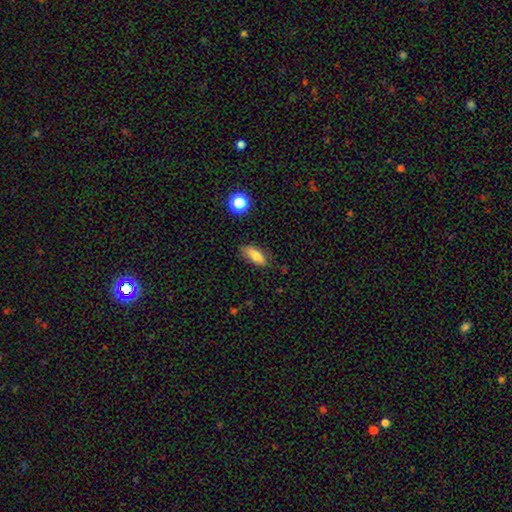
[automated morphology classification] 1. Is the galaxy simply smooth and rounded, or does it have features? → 75% smooth, 16% featured or disk, 9% star or artifact.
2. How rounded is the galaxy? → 68% in between, 28% cigar-shaped, 4% round.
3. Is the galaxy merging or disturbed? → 75% none, 19% minor disturbance, 4% major disturbance, 2% merger.